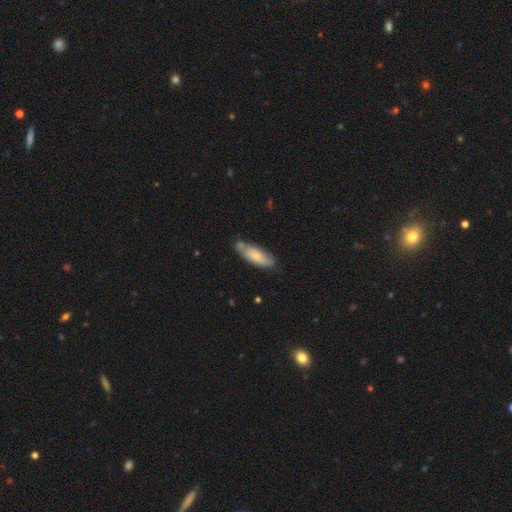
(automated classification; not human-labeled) Smooth or featured?
  - smooth: 67% *
  - featured or disk: 27%
  - star or artifact: 6%
How rounded?
  - in between: 59% *
  - cigar-shaped: 39%
  - round: 2%
Merging?
  - none: 65% *
  - minor disturbance: 22%
  - merger: 9%
  - major disturbance: 4%